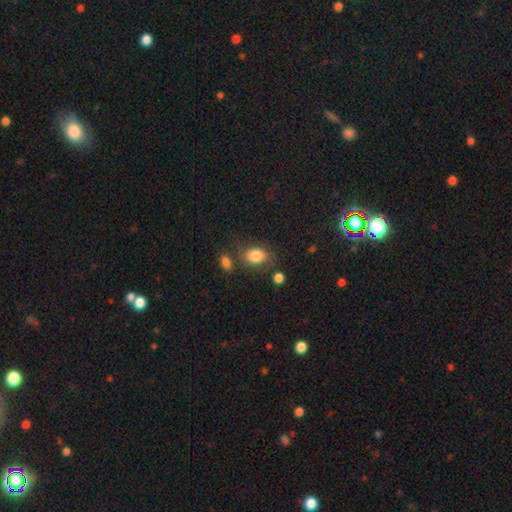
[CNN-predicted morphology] Smooth or featured? Predicted: smooth (p=0.82). How rounded? Predicted: in between (p=0.75). Merging? Predicted: none (p=0.65).